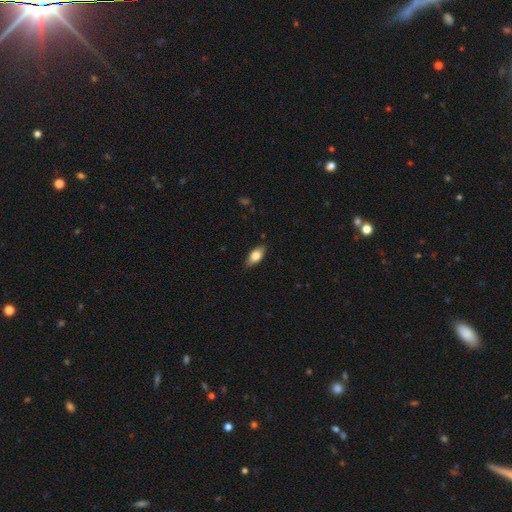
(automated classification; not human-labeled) Morphology: type=smooth (78%); roundness=in between (88%); merging=none (85%).